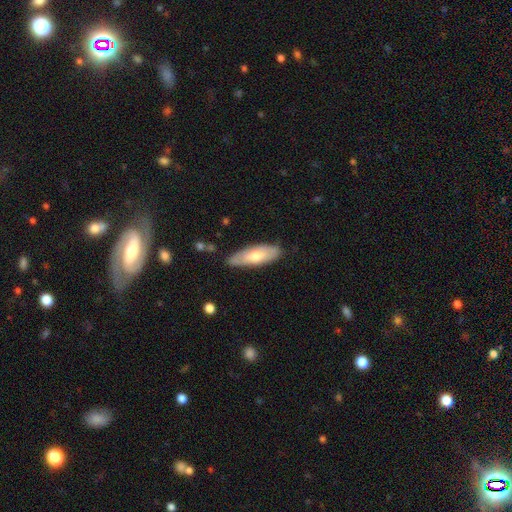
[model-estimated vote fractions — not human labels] The model was most divided on "smooth or featured": smooth: 61%, featured or disk: 34%, star or artifact: 5%. More confident: merging — none (79%); how rounded — in between (65%).